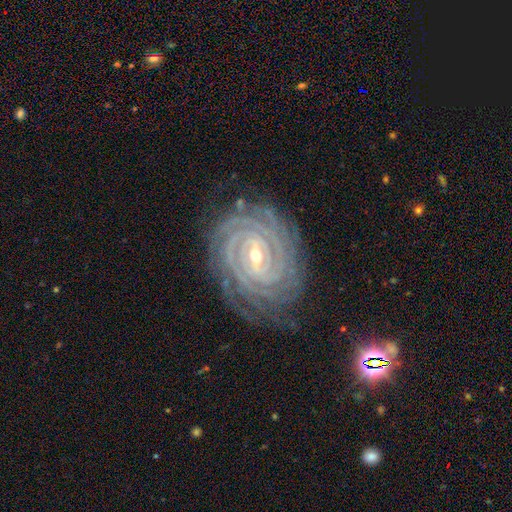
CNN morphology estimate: Overall: featured or disk (92%). Edge-on disk: no (98%). Bar: weak (40%, tied with strong). Spiral arms: yes (99%). Spiral arm count: 4 (27%; 3 18%). Spiral winding: tight (90%). Bulge size: small (62%; moderate 36%). Merging: none (81%).